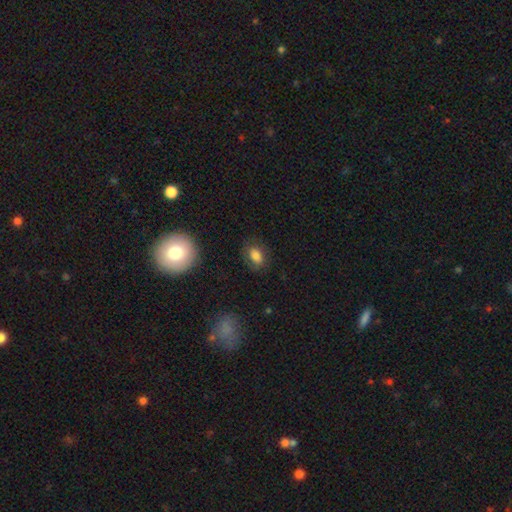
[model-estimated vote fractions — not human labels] A smooth galaxy with no disk features (74%) that is in between round and cigar-shaped (80%). Merging: none (74%).